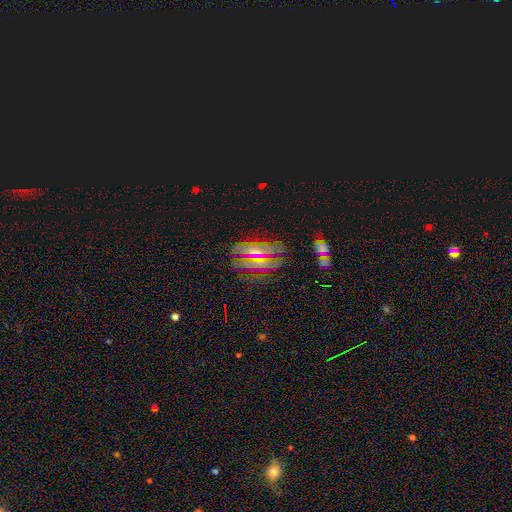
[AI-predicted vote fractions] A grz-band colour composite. It shows a featured or disk galaxy (55%). Merging: none (51%).